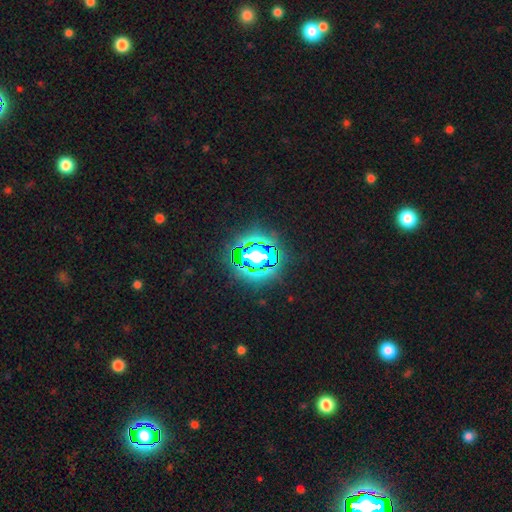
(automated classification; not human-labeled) This appears to be a star or artifact, not a galaxy (63%).